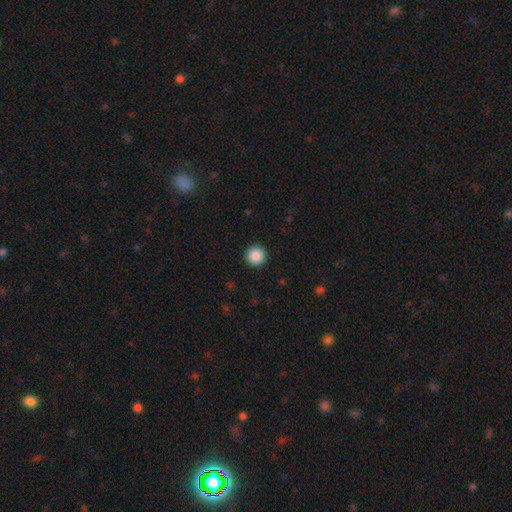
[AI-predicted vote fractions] Q: Smooth or featured?
A: smooth (88%); runner-up: star or artifact (9%)
Q: How rounded?
A: round (96%); runner-up: in between (3%)
Q: Merging?
A: none (92%); runner-up: minor disturbance (5%)